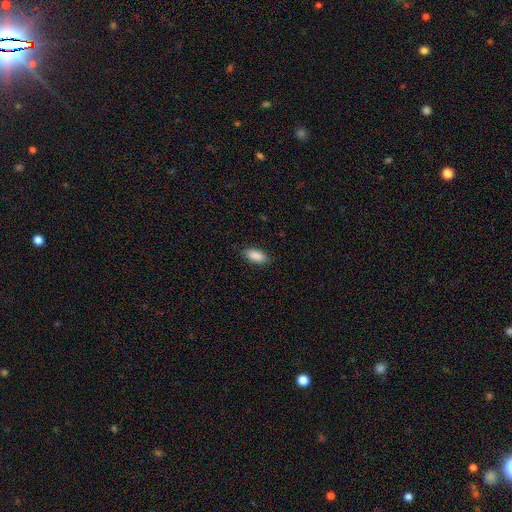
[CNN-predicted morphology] Smooth or featured? Predicted: smooth (p=0.89). How rounded? Predicted: in between (p=0.88). Merging? Predicted: none (p=0.86).